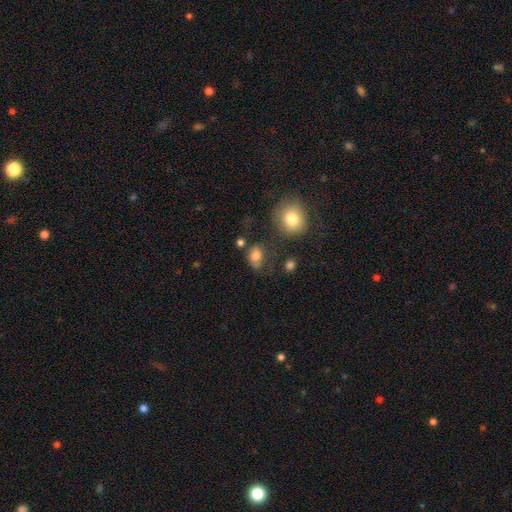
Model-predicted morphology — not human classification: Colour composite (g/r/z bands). It shows a smooth galaxy with no disk features (78%) that is in between round and cigar-shaped (65%). Merging: none (47%).